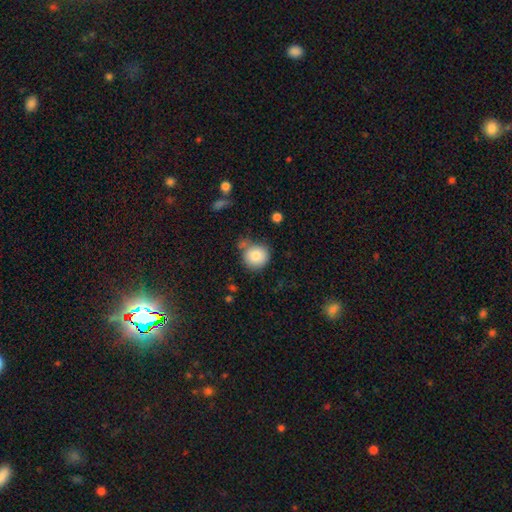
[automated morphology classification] A smooth galaxy with no disk features (82%) that is round (91%). Merging: none (67%).